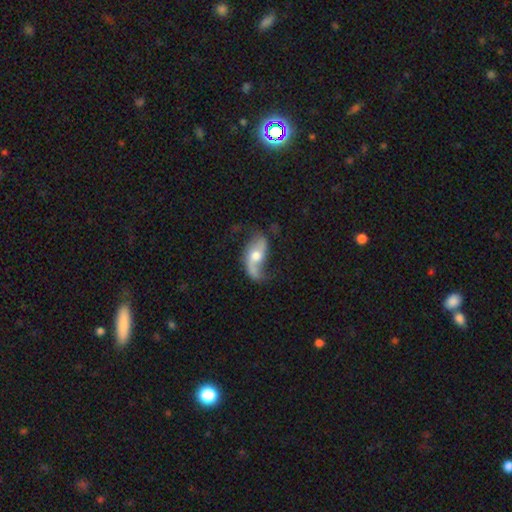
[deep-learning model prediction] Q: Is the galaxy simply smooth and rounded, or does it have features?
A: featured or disk — 74%.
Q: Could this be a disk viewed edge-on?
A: no — 92%.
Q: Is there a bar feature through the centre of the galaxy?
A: no — 55%.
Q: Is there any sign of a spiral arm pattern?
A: yes — 89%.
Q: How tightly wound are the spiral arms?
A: loose — 80%.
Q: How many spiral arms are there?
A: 2 — 80%.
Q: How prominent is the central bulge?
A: moderate — 70%.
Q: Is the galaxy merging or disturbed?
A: none — 53%.